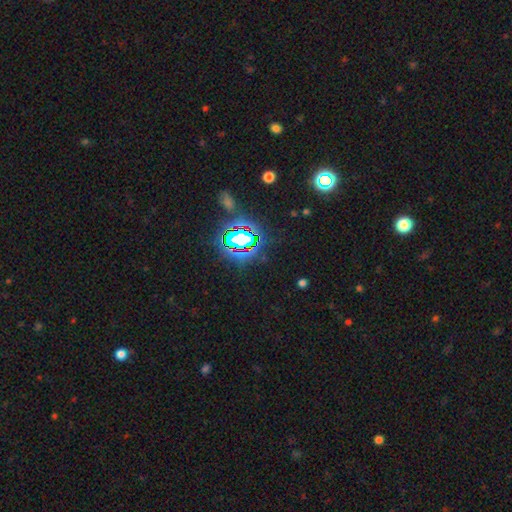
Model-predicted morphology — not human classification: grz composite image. It shows a star or artifact, not a galaxy (78%).